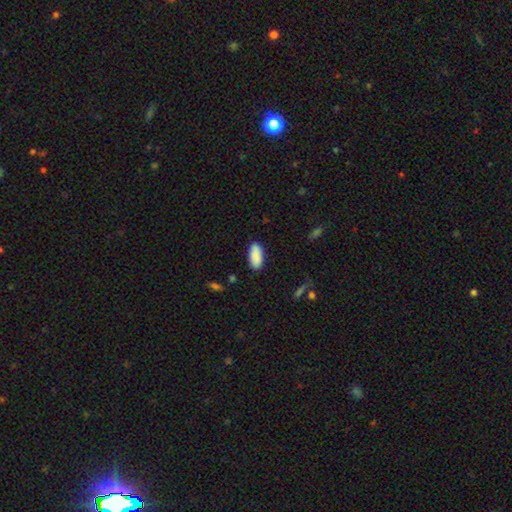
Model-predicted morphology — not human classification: Smooth or featured: smooth — 90% (star or artifact — 6%)
How rounded: in between — 89% (cigar-shaped — 9%)
Merging: none — 87% (minor disturbance — 10%)